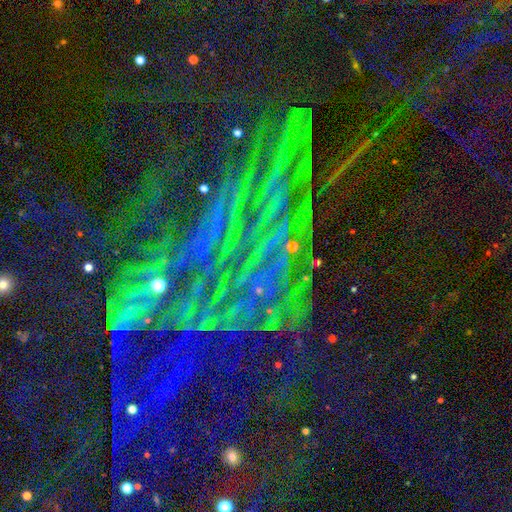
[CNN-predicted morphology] Smooth or featured? Predicted: star or artifact (p=0.83).